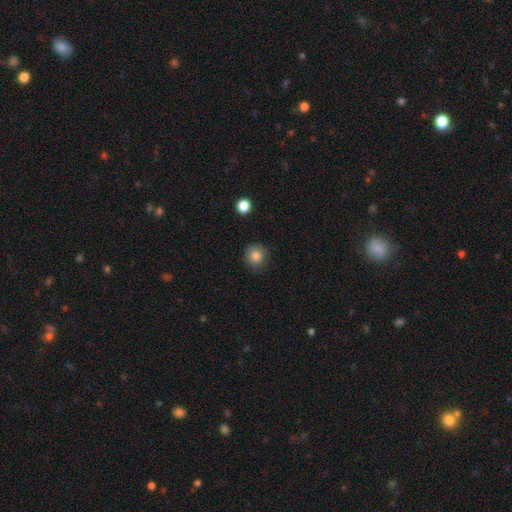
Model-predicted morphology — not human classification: Smooth or featured: smooth — 84% (star or artifact — 10%)
How rounded: round — 91% (in between — 8%)
Merging: none — 85% (minor disturbance — 11%)